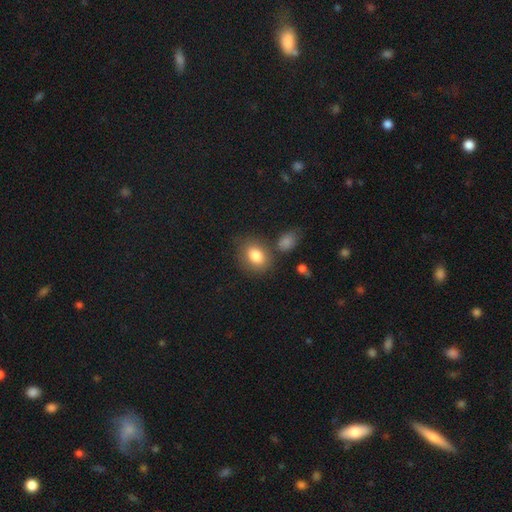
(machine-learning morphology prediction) Smooth or featured? Predicted: smooth (p=0.83). How rounded? Predicted: in between (p=0.64). Merging? Predicted: none (p=0.70).